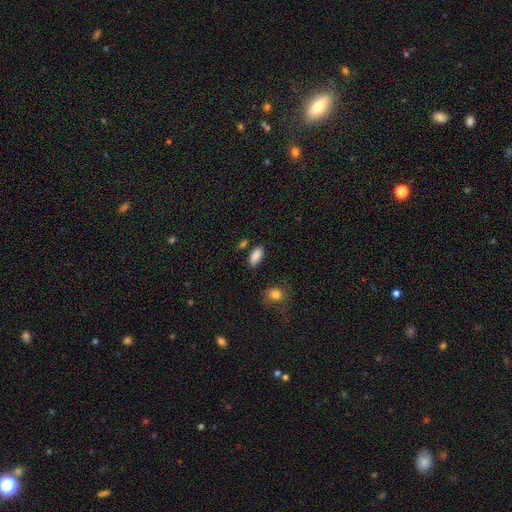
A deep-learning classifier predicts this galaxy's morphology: A smooth galaxy with no disk features (88%) that is in between round and cigar-shaped (89%).

Vote fractions:
- Smooth or featured? smooth: 88% / star or artifact: 8% / featured or disk: 4%
- How rounded? in between: 89% / cigar-shaped: 7% / round: 3%
- Merging? none: 82% / minor disturbance: 11% / merger: 5% / major disturbance: 3%